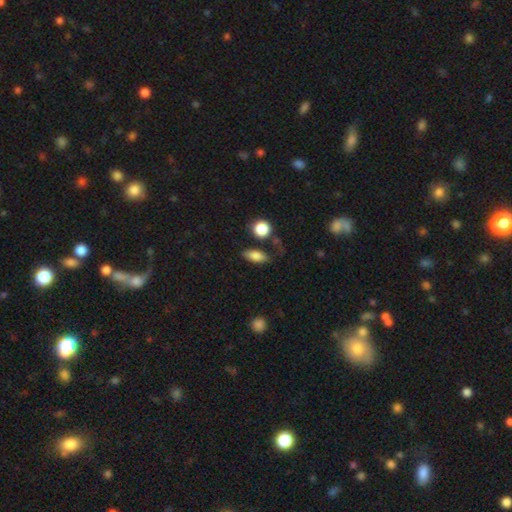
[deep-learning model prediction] Smooth or featured?
  - smooth: 80% *
  - featured or disk: 11%
  - star or artifact: 9%
How rounded?
  - in between: 74% *
  - cigar-shaped: 16%
  - round: 9%
Merging?
  - none: 72% *
  - minor disturbance: 17%
  - major disturbance: 5%
  - merger: 5%